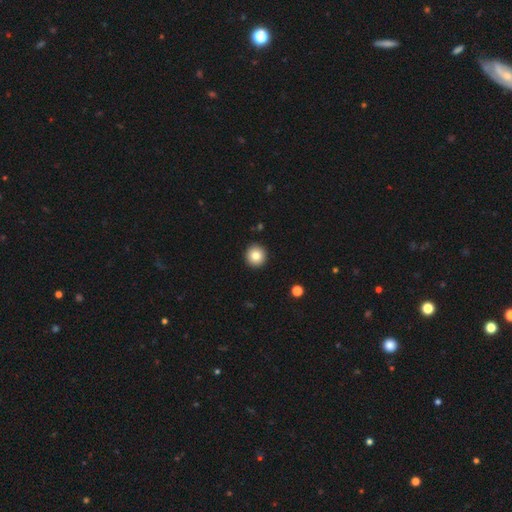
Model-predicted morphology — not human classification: smooth-or-featured: smooth: 82% | star or artifact: 9% | featured or disk: 9%
  how-rounded: round: 95% | in between: 4% | cigar-shaped: 1%
  merging: none: 93% | minor disturbance: 5% | major disturbance: 1% | merger: 1%